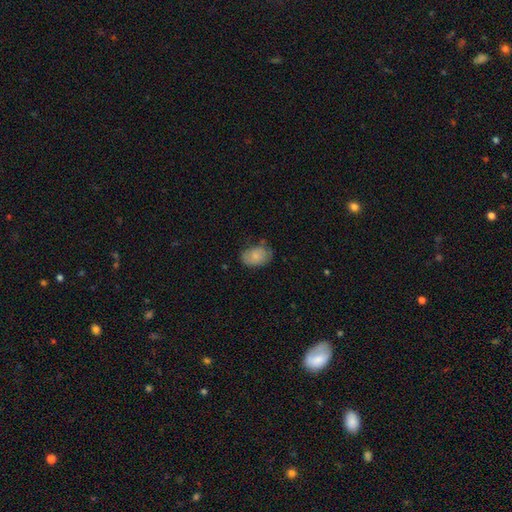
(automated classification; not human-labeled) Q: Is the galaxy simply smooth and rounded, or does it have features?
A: smooth — 80%.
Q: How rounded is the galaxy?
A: in between — 84%.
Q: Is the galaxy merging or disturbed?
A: none — 66%.